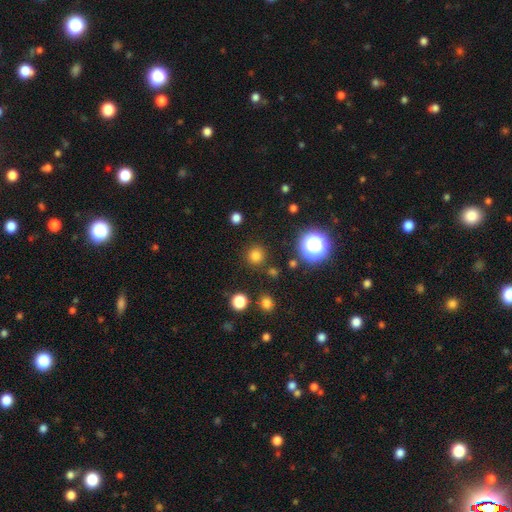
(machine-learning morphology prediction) This appears to be a smooth galaxy with no disk features (78%) that is round (94%). Merging: none (88%).